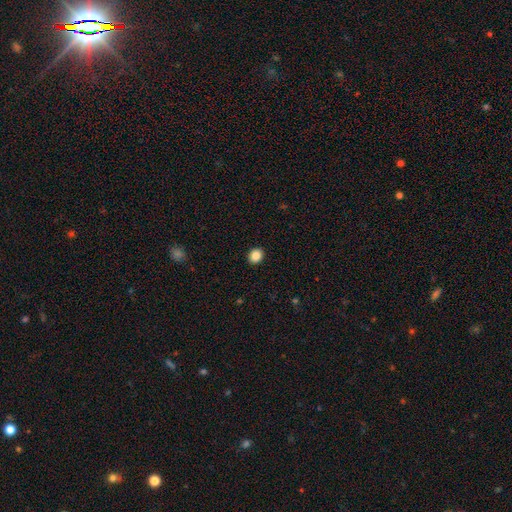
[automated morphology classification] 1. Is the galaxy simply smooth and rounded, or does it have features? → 87% smooth, 10% star or artifact, 4% featured or disk.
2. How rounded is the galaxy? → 65% round, 34% in between, 1% cigar-shaped.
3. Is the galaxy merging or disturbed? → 92% none, 6% minor disturbance, 2% major disturbance, 1% merger.